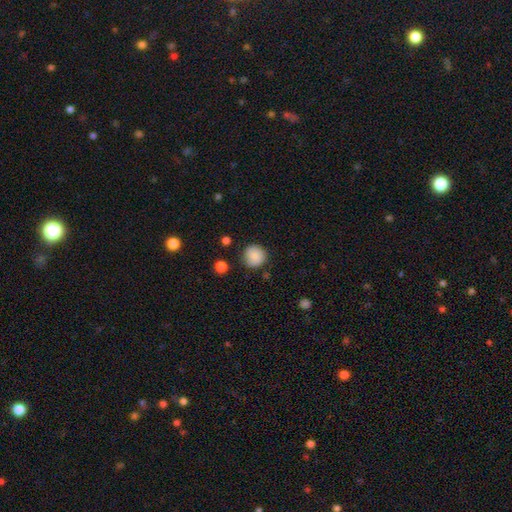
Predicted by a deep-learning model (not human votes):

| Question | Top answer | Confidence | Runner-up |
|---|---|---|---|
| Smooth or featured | smooth | 85% | star or artifact (8%) |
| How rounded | round | 93% | in between (6%) |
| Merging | none | 84% | minor disturbance (12%) |